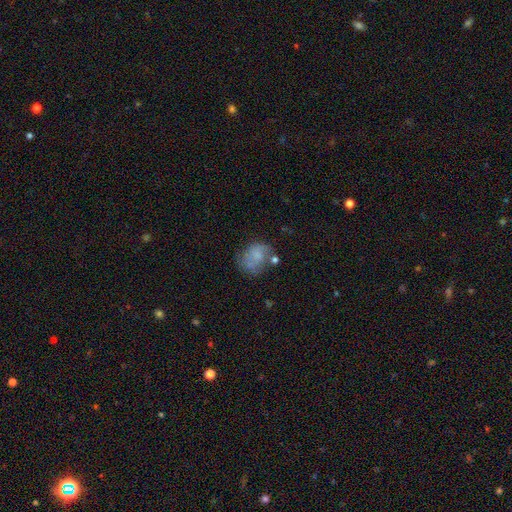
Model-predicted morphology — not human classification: A smooth galaxy with no disk features (47%).

Vote fractions:
- Smooth or featured? smooth: 47% / featured or disk: 43% / star or artifact: 11%
- Merging? none: 48% / minor disturbance: 25% / major disturbance: 17% / merger: 10%